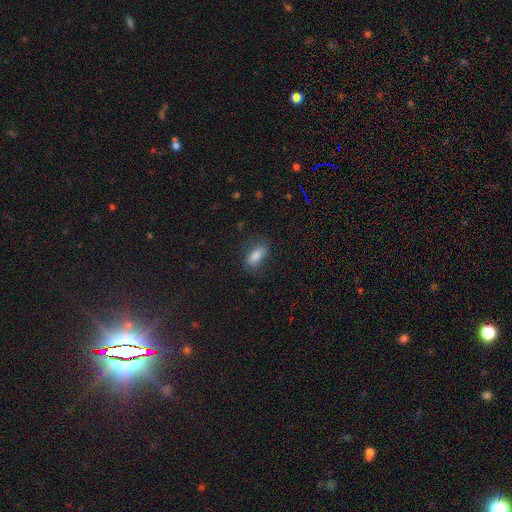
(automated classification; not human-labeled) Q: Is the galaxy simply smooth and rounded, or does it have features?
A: smooth — 80%.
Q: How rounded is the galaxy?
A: in between — 81%.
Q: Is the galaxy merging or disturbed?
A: none — 75%.